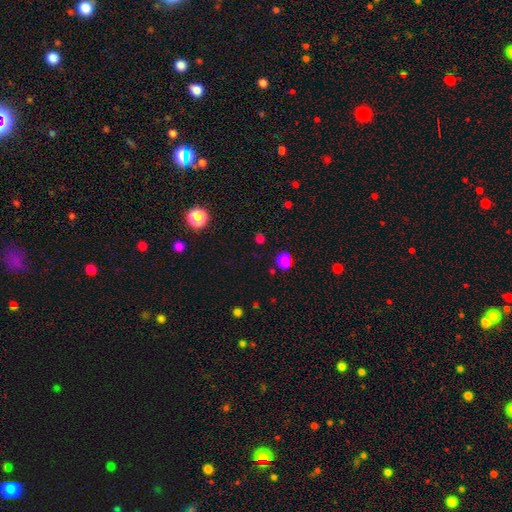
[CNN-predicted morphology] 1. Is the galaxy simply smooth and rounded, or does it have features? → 57% smooth, 38% star or artifact, 5% featured or disk.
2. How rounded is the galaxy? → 88% round, 11% in between, 1% cigar-shaped.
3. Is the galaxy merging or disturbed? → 85% none, 8% minor disturbance, 4% major disturbance, 3% merger.